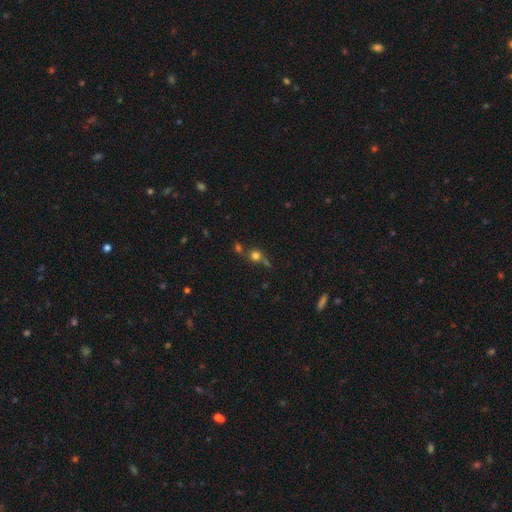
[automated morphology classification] smooth-or-featured: smooth: 67% | star or artifact: 21% | featured or disk: 12%
  how-rounded: round: 87% | in between: 10% | cigar-shaped: 2%
  merging: none: 55% | merger: 23% | minor disturbance: 13% | major disturbance: 9%